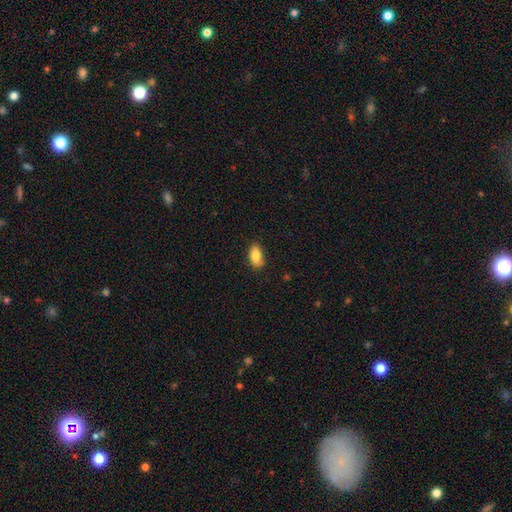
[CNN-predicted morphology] smooth 85%, star or artifact 7%, featured or disk 7%. Down the decision tree: how rounded — in between (90%); merging — none (83%).